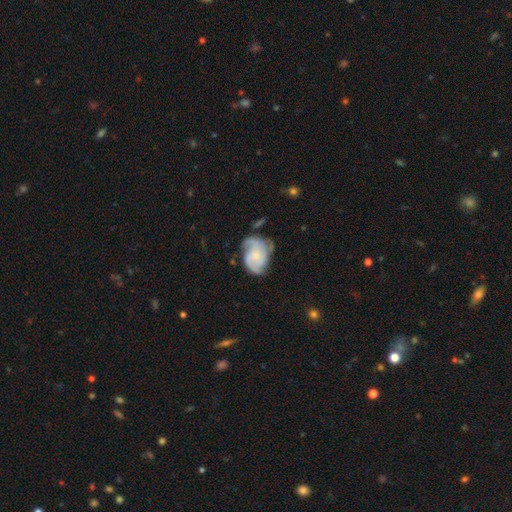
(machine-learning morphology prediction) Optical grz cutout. It shows a featured or disk galaxy (75%) with no bar (73%), 2 (35%) medium (42%) spiral arms (93%) and a small central bulge (61%). Merging: none (52%).